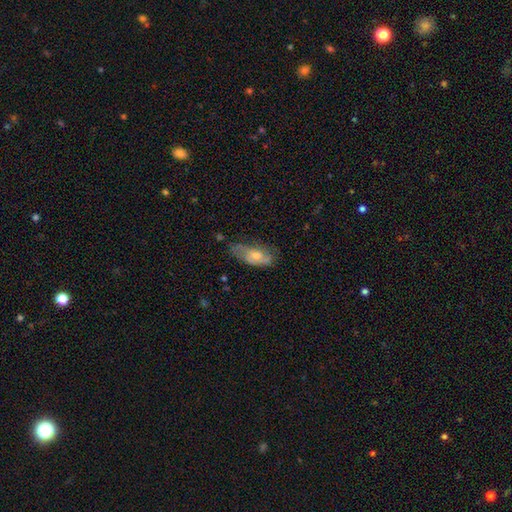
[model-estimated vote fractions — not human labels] Smooth or featured? Predicted: smooth (p=0.47). Merging? Predicted: none (p=0.53).